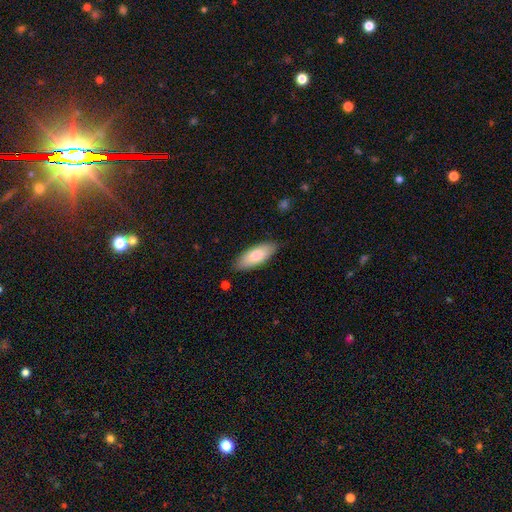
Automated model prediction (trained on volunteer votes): smooth 79%, featured or disk 15%, star or artifact 6%. Down the decision tree: how rounded — in between (75%); merging — none (86%).